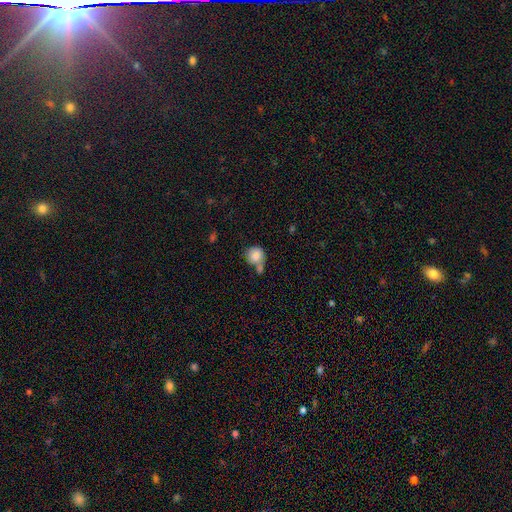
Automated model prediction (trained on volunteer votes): The model was most divided on "merging": none: 47%, merger: 31%, minor disturbance: 16%, major disturbance: 6%. More confident: how rounded — round (84%); smooth or featured — smooth (83%).